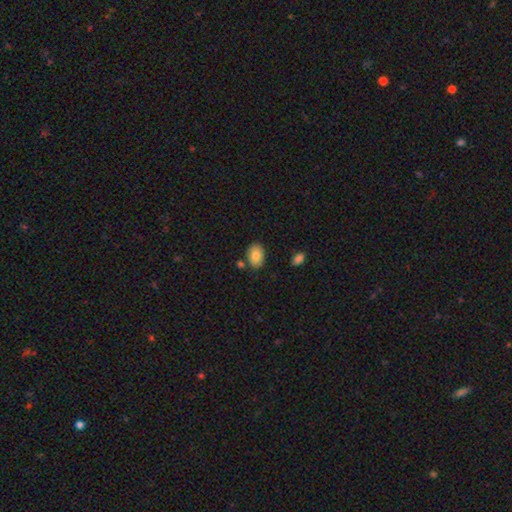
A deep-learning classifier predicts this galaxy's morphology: A smooth galaxy with no disk features (83%) that is in between round and cigar-shaped (85%).

Vote fractions:
- Smooth or featured? smooth: 83% / featured or disk: 9% / star or artifact: 7%
- How rounded? in between: 85% / round: 14% / cigar-shaped: 1%
- Merging? none: 80% / minor disturbance: 12% / merger: 6% / major disturbance: 3%